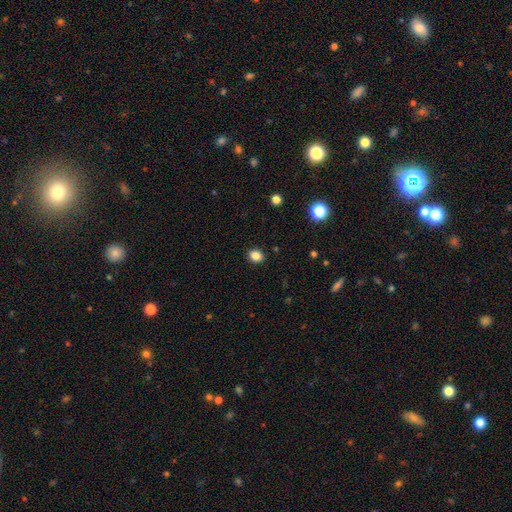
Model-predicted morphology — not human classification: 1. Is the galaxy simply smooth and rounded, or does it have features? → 85% smooth, 11% star or artifact, 4% featured or disk.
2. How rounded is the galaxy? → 51% in between, 48% round, 1% cigar-shaped.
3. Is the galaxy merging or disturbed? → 90% none, 7% minor disturbance, 2% major disturbance, 1% merger.